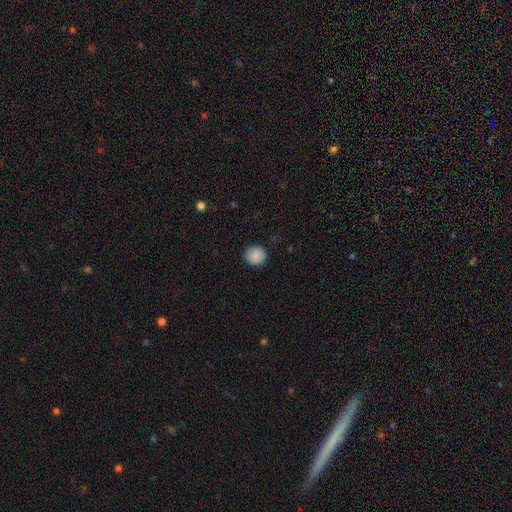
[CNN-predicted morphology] Smooth or featured: smooth — 89% (star or artifact — 8%)
How rounded: round — 88% (in between — 11%)
Merging: none — 90% (minor disturbance — 7%)